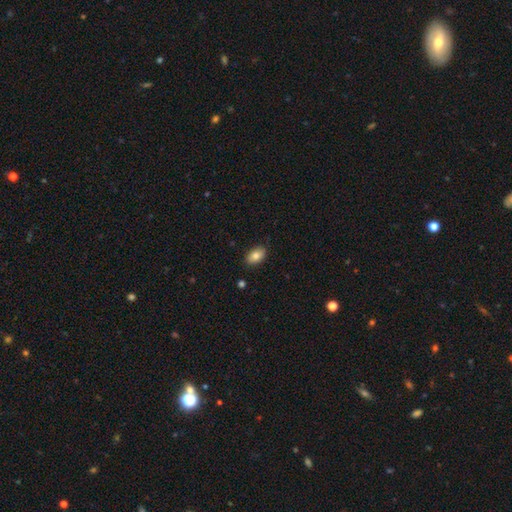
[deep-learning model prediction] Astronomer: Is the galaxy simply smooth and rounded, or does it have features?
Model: smooth — 82%.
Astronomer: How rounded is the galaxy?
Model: in between — 92%.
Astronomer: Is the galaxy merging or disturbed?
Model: none — 87%.